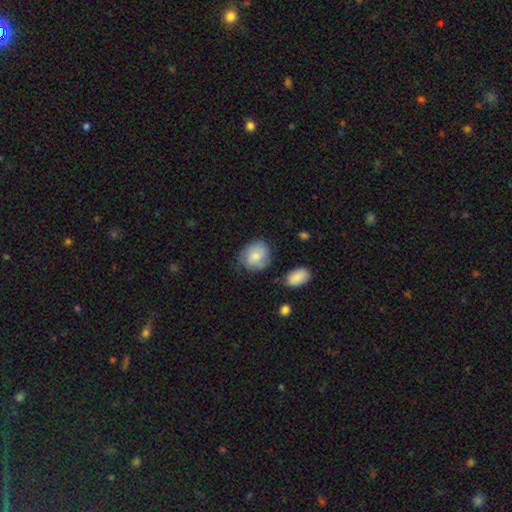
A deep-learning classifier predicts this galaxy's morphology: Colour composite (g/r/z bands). It shows a smooth galaxy with no disk features (73%) that is round (69%). Merging: none (69%).